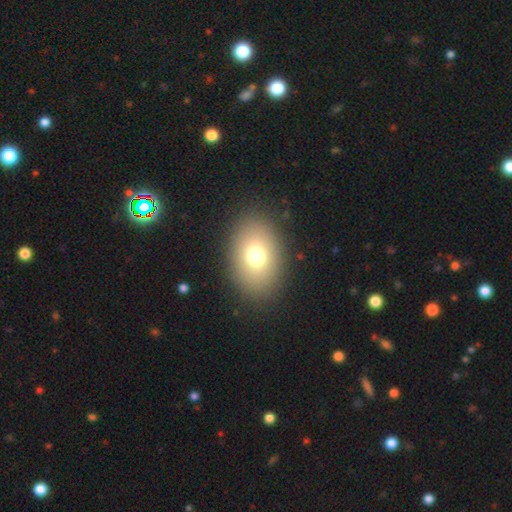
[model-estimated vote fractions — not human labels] A smooth galaxy with no disk features (73%) that is in between round and cigar-shaped (77%). Merging: none (87%).